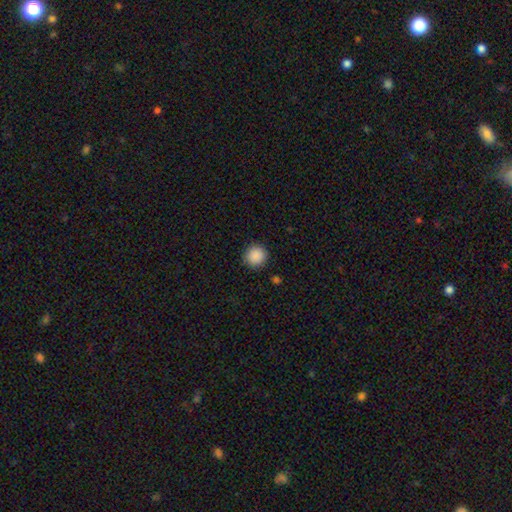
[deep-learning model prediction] Smooth or featured? smooth (89%)
How rounded? round (93%)
Merging? none (91%)